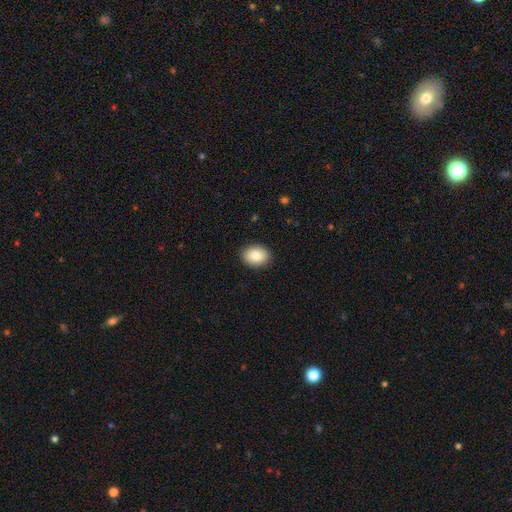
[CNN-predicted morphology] A smooth galaxy with no disk features (84%) that is in between round and cigar-shaped (60%). Merging: none (90%).